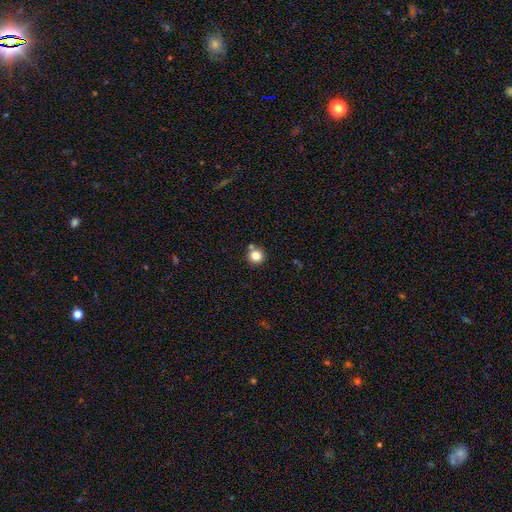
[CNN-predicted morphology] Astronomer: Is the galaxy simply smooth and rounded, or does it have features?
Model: smooth — 82%.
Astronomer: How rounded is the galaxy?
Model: round — 94%.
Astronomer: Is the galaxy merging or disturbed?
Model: none — 79%.